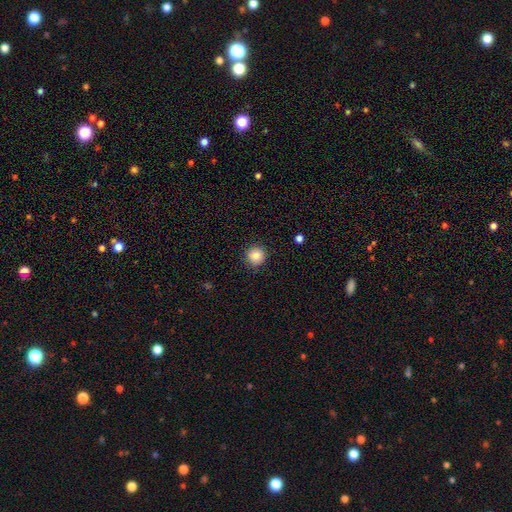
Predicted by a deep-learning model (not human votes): smooth 85%, star or artifact 10%, featured or disk 6%. Down the decision tree: how rounded — round (93%); merging — none (90%).